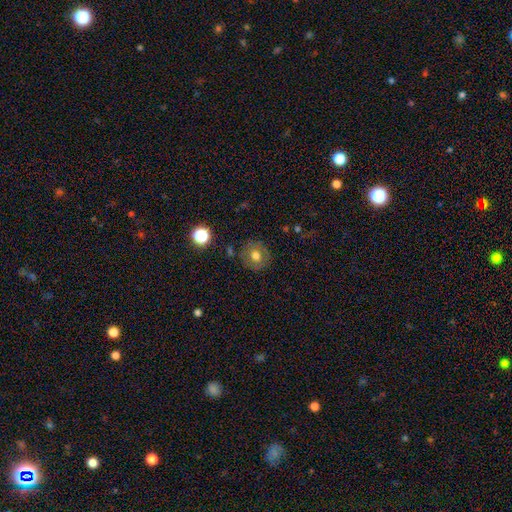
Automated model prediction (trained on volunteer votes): Smooth or featured?
  - smooth: 65% *
  - featured or disk: 24%
  - star or artifact: 11%
How rounded?
  - round: 85% *
  - in between: 14%
  - cigar-shaped: 1%
Merging?
  - none: 83% *
  - minor disturbance: 11%
  - major disturbance: 4%
  - merger: 2%